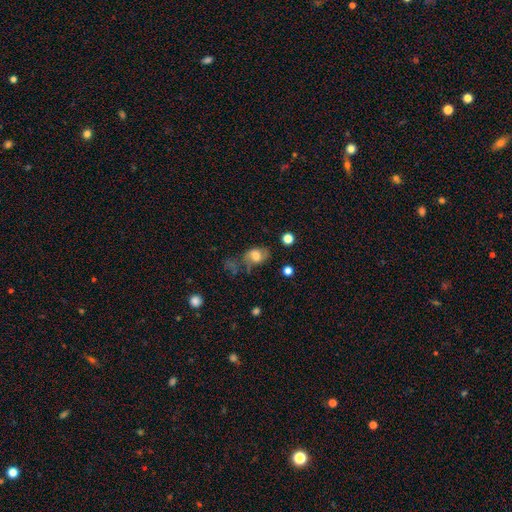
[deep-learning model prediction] Q: Smooth or featured?
A: smooth (60%); runner-up: featured or disk (29%)
Q: How rounded?
A: in between (74%); runner-up: round (24%)
Q: Merging?
A: none (44%); runner-up: minor disturbance (27%)